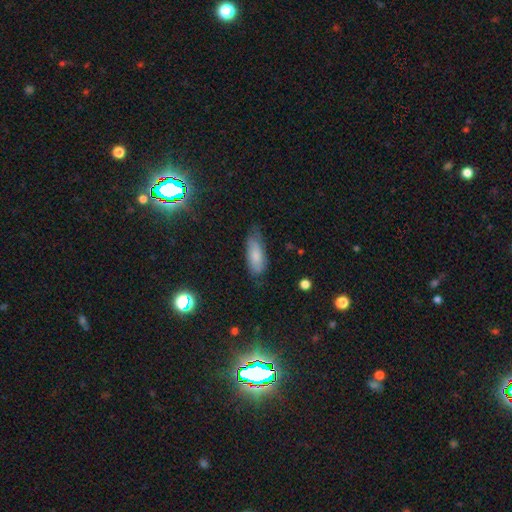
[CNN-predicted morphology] Smooth or featured?
  - smooth: 77% *
  - featured or disk: 15%
  - star or artifact: 8%
How rounded?
  - in between: 74% *
  - cigar-shaped: 23%
  - round: 2%
Merging?
  - none: 63% *
  - minor disturbance: 29%
  - major disturbance: 7%
  - merger: 2%